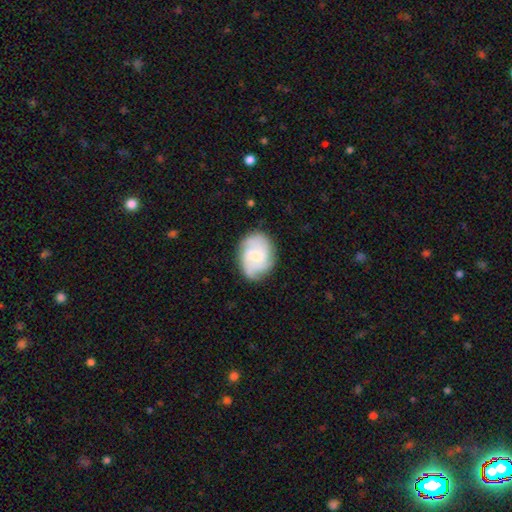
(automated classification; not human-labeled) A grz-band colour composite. It shows a featured or disk galaxy (71%) with a weak bar (49%), 3 (33%) medium (46%) spiral arms (94%) and a small central bulge (56%). Merging: none (74%).